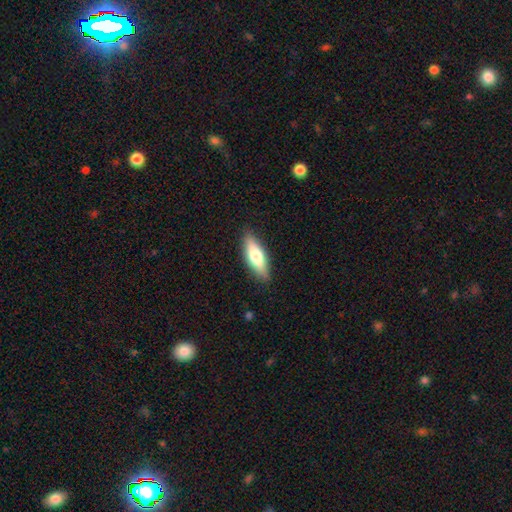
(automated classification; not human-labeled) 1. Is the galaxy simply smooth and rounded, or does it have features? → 66% smooth, 28% featured or disk, 6% star or artifact.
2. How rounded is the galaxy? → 56% in between, 42% cigar-shaped, 2% round.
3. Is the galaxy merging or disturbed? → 86% none, 10% minor disturbance, 2% major disturbance, 1% merger.